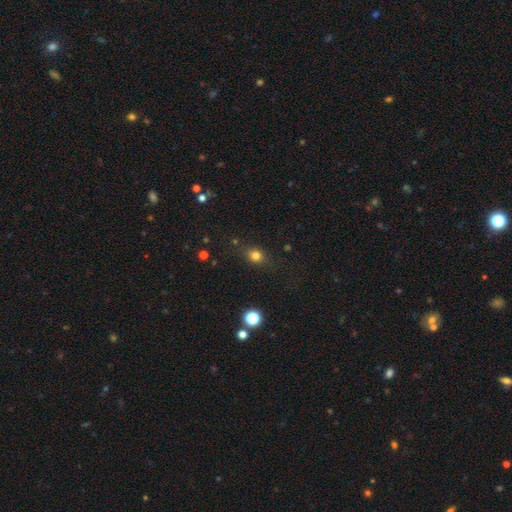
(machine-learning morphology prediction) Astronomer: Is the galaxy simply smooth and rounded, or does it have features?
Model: smooth — 78%.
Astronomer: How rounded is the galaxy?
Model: round — 65%.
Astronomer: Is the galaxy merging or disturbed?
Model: none — 80%.